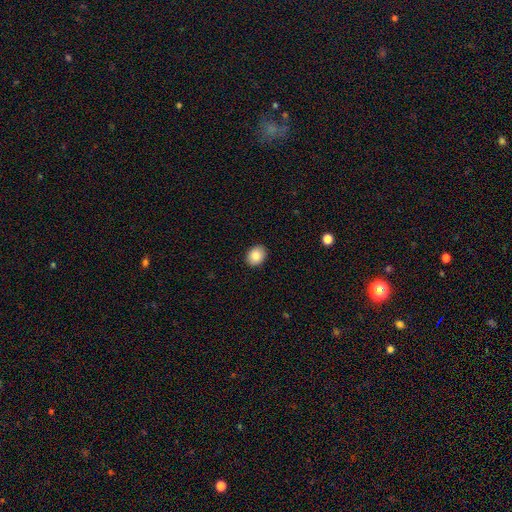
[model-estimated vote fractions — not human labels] Smooth or featured: smooth — 86% (star or artifact — 8%)
How rounded: in between — 53% (round — 46%)
Merging: none — 90% (minor disturbance — 7%)